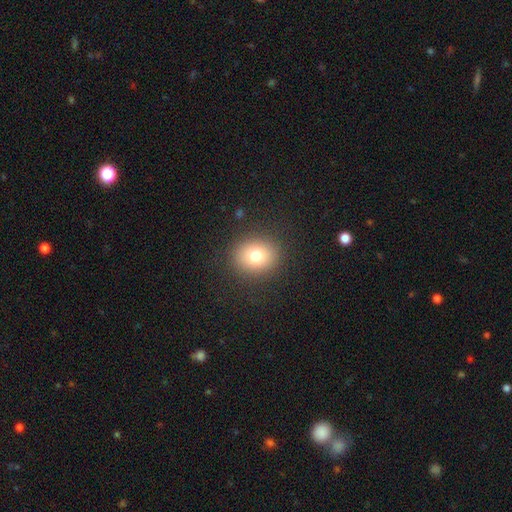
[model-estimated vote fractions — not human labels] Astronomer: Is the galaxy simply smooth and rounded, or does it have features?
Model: smooth — 76%.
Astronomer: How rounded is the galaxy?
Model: round — 71%.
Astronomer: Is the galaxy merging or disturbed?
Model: none — 88%.